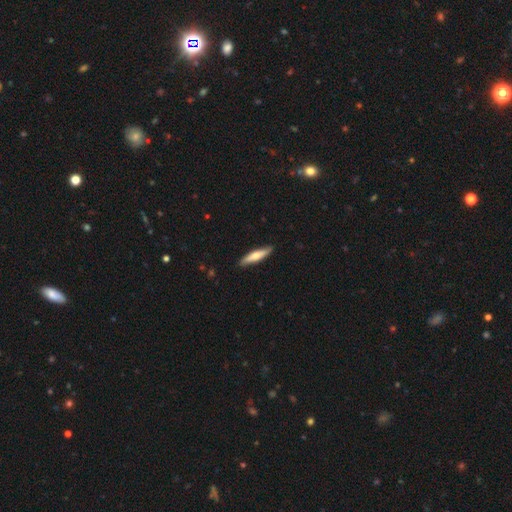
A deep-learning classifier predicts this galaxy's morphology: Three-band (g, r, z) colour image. It shows a smooth galaxy with no disk features (58%) that is cigar-shaped (82%). Merging: none (87%).